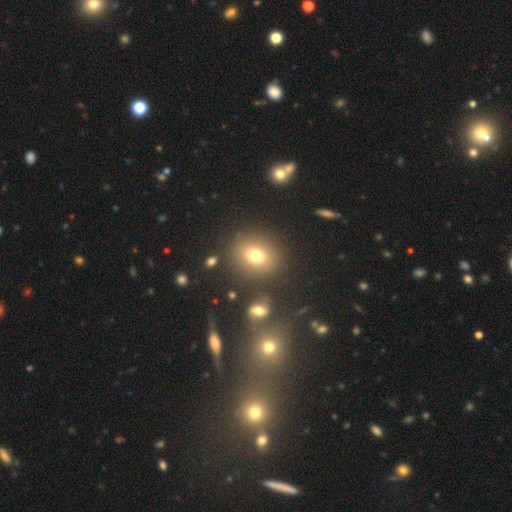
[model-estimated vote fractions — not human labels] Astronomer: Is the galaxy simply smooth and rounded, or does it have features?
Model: smooth — 74%.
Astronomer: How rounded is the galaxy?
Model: round — 67%.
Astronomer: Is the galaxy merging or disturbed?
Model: none — 81%.